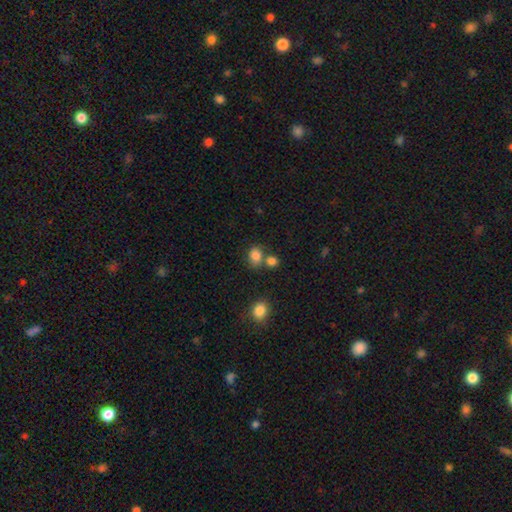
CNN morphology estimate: Overall: smooth (83%). How rounded: round (53%; in between 46%). Merging: none (55%; merger 27%).